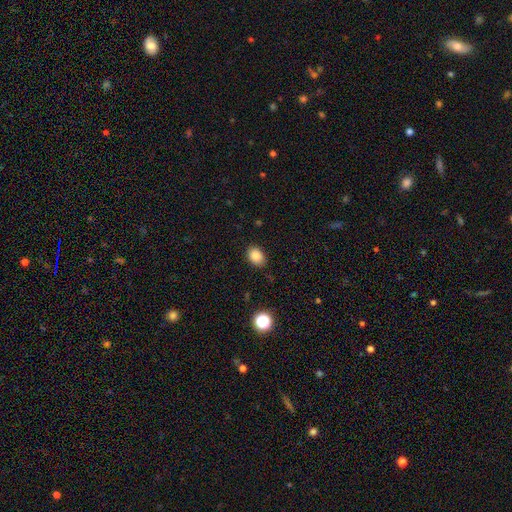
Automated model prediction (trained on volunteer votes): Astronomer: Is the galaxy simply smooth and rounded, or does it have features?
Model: smooth — 84%.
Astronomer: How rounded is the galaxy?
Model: in between — 67%.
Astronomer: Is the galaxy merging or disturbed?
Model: none — 84%.